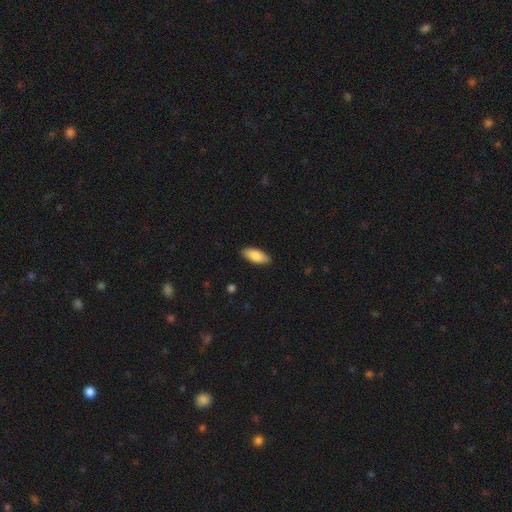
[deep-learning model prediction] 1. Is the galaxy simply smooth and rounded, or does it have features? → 84% smooth, 10% featured or disk, 6% star or artifact.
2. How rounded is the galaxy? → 83% in between, 15% cigar-shaped, 2% round.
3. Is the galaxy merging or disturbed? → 89% none, 8% minor disturbance, 2% major disturbance, 1% merger.